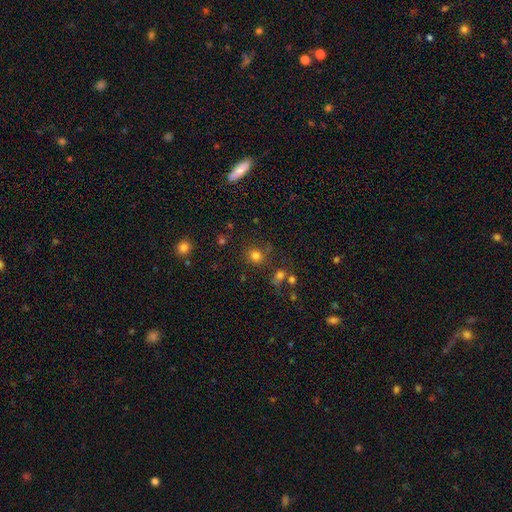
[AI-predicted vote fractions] The model was most divided on "smooth or featured": smooth: 76%, star or artifact: 17%, featured or disk: 7%. More confident: how rounded — round (87%); merging — none (74%).